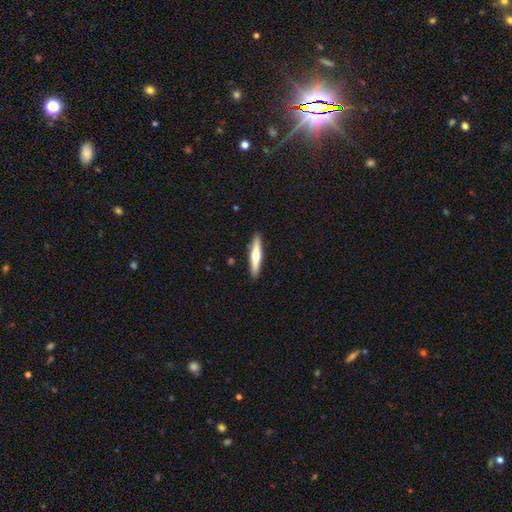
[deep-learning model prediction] Smooth or featured? smooth (48%)
Merging? none (91%)